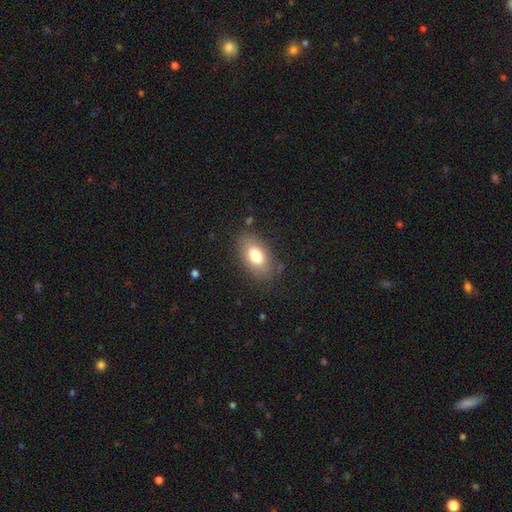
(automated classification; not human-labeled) Q: Smooth or featured?
A: smooth (76%); runner-up: featured or disk (15%)
Q: How rounded?
A: in between (90%); runner-up: round (8%)
Q: Merging?
A: none (82%); runner-up: minor disturbance (12%)